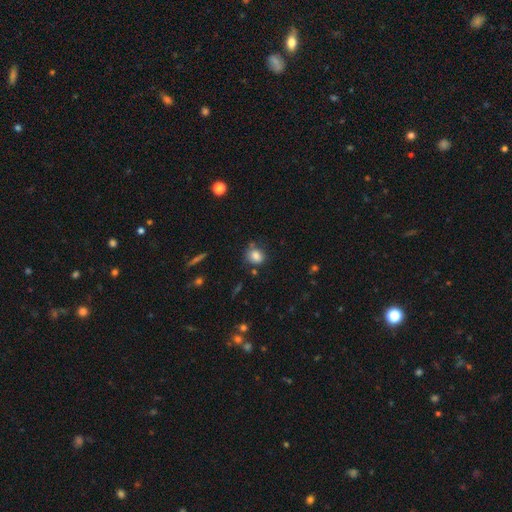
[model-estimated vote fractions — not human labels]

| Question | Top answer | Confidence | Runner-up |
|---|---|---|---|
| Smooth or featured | smooth | 81% | star or artifact (10%) |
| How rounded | round | 66% | in between (33%) |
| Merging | none | 69% | minor disturbance (19%) |